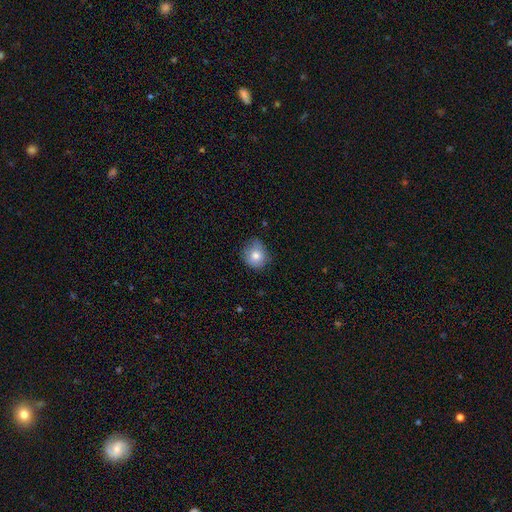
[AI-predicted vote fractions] The model was most divided on "merging": none: 66%, minor disturbance: 27%, major disturbance: 5%, merger: 1%. More confident: how rounded — round (80%); smooth or featured — smooth (78%).